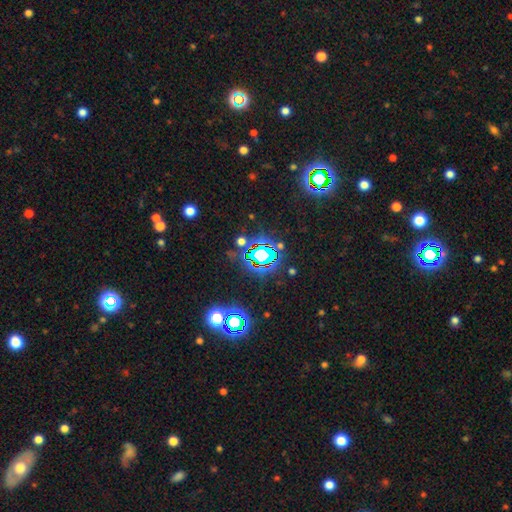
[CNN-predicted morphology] smooth_or_featured: star or artifact (p=0.71) [alt: smooth p=0.19]